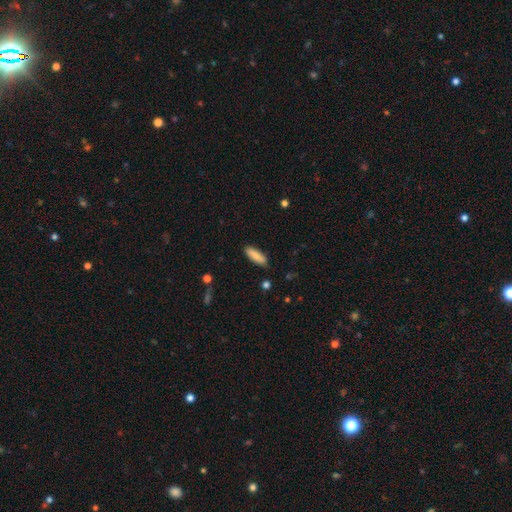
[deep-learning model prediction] smooth 87%, featured or disk 7%, star or artifact 6%. Down the decision tree: how rounded — in between (54%); merging — none (87%).